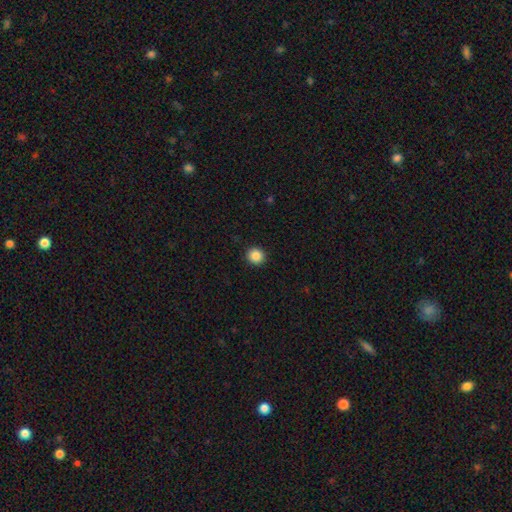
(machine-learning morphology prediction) The model was most divided on "smooth or featured": smooth: 87%, star or artifact: 10%, featured or disk: 3%. More confident: merging — none (93%); how rounded — round (92%).